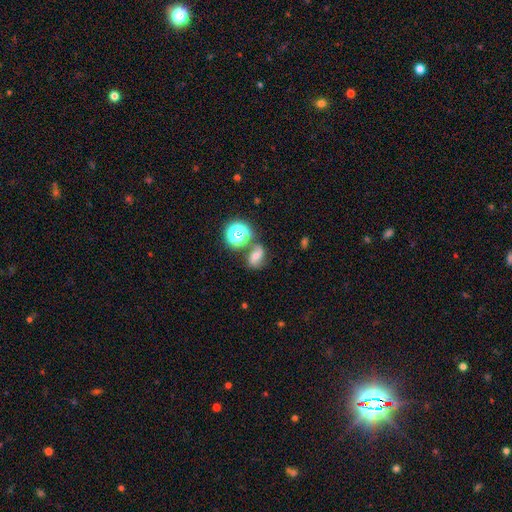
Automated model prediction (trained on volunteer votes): Overall: featured or disk (48%; smooth 31%). Merging: none (64%).